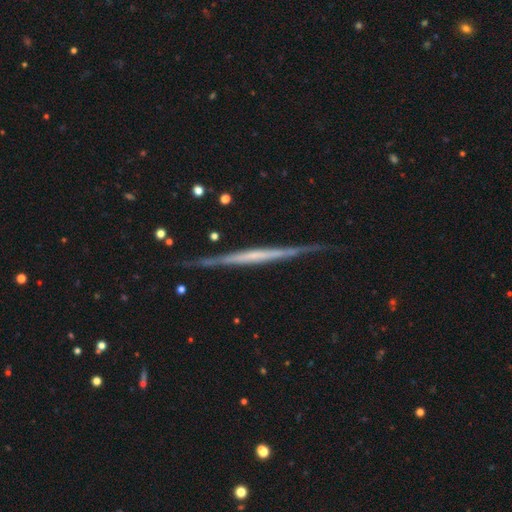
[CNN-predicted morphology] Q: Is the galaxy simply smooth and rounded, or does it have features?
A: featured or disk — 75%.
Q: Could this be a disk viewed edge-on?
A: yes — 97%.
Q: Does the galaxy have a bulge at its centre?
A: none — 77%.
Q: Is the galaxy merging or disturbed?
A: none — 83%.